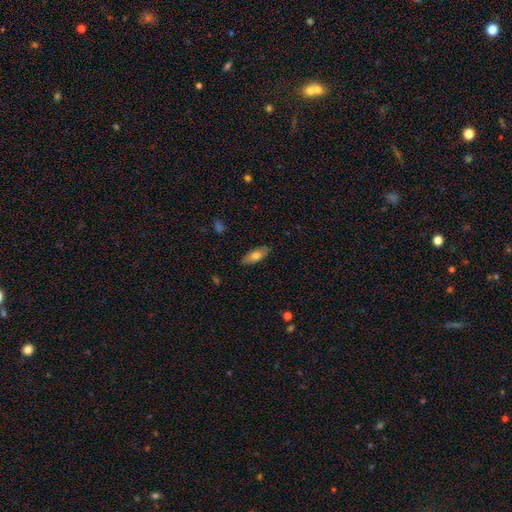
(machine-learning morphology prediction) smooth-or-featured: smooth: 71% | featured or disk: 22% | star or artifact: 7%
  how-rounded: in between: 72% | cigar-shaped: 26% | round: 3%
  merging: none: 87% | minor disturbance: 10% | major disturbance: 2% | merger: 1%